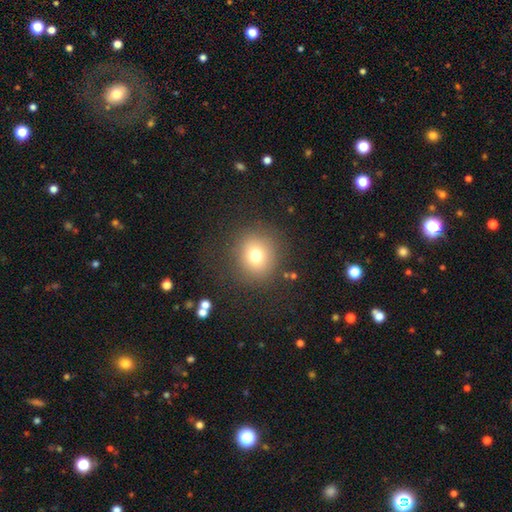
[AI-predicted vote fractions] Q: Smooth or featured?
A: smooth (74%); runner-up: star or artifact (15%)
Q: How rounded?
A: round (85%); runner-up: in between (14%)
Q: Merging?
A: none (84%); runner-up: minor disturbance (9%)